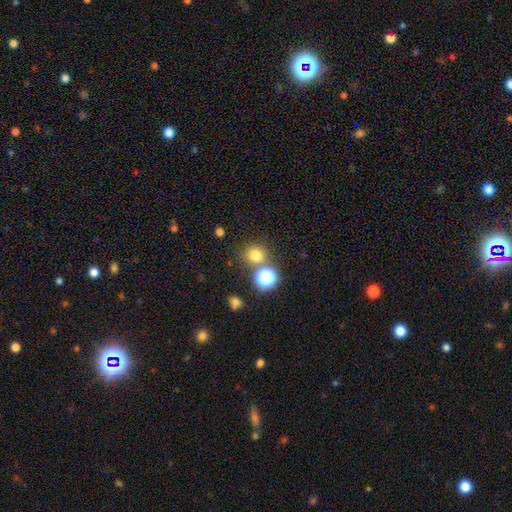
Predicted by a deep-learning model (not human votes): A smooth galaxy with no disk features (74%) that is round (80%).

Vote fractions:
- Smooth or featured? smooth: 74% / star or artifact: 20% / featured or disk: 6%
- How rounded? round: 80% / in between: 19% / cigar-shaped: 1%
- Merging? none: 72% / merger: 15% / minor disturbance: 9% / major disturbance: 4%